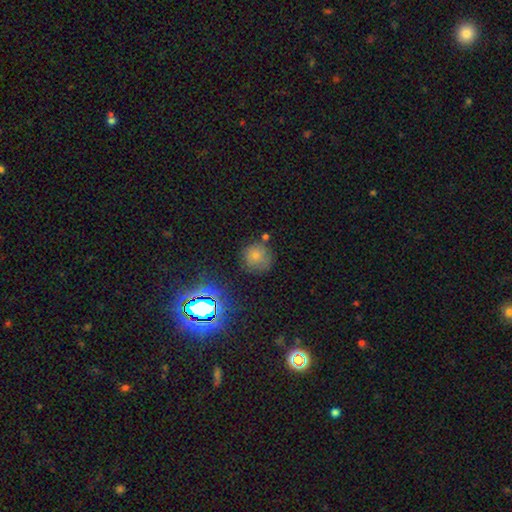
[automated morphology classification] This appears to be a smooth galaxy with no disk features (72%) that is round (91%). Merging: none (70%).